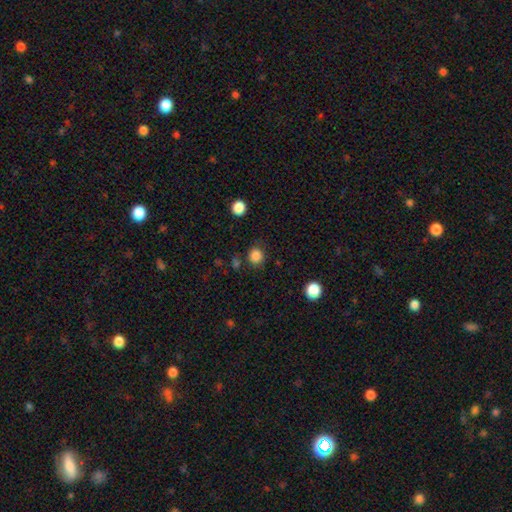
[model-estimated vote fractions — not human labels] The model was most divided on "how rounded": round: 83%, in between: 16%, cigar-shaped: 1%. More confident: smooth or featured — smooth (85%); merging — none (82%).